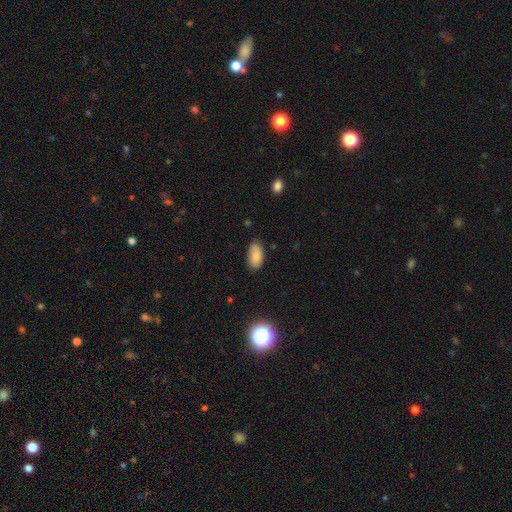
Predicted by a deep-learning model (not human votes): Overall: smooth (84%). How rounded: in between (94%). Merging: none (80%).